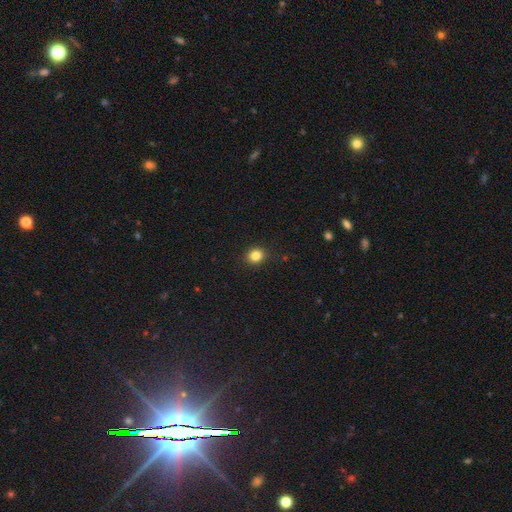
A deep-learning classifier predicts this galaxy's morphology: Smooth or featured?
  - smooth: 84% *
  - star or artifact: 11%
  - featured or disk: 5%
How rounded?
  - round: 77% *
  - in between: 22%
  - cigar-shaped: 1%
Merging?
  - none: 89% *
  - minor disturbance: 8%
  - major disturbance: 2%
  - merger: 1%